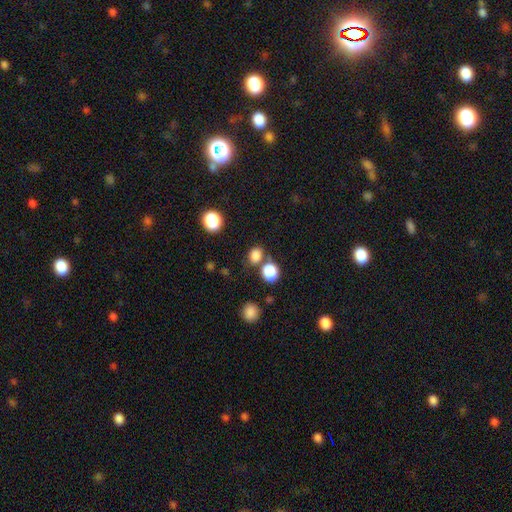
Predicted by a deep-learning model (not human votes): Smooth or featured? Predicted: smooth (p=0.82). How rounded? Predicted: round (p=0.61). Merging? Predicted: none (p=0.64).